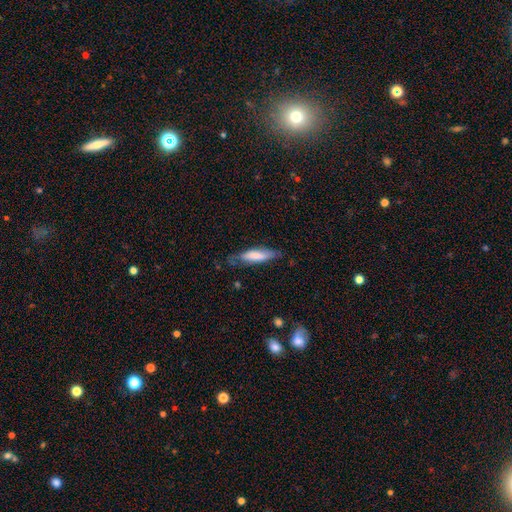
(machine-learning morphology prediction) A smooth galaxy with no disk features (69%) that is cigar-shaped (67%).

Vote fractions:
- Smooth or featured? smooth: 69% / featured or disk: 25% / star or artifact: 6%
- How rounded? cigar-shaped: 67% / in between: 32% / round: 1%
- Merging? none: 65% / minor disturbance: 25% / major disturbance: 8% / merger: 2%